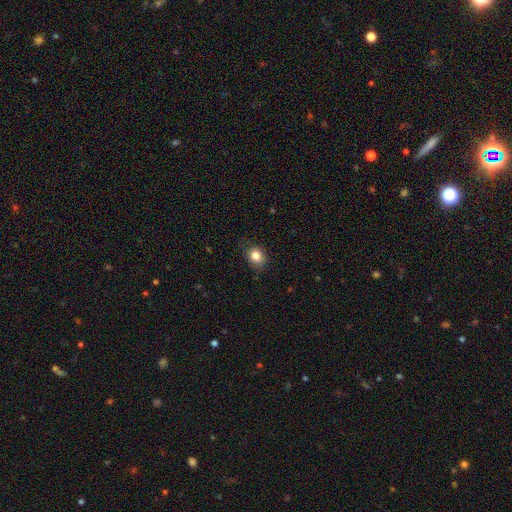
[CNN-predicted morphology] The model was most divided on "how rounded": round: 64%, in between: 35%, cigar-shaped: 1%. More confident: smooth or featured — smooth (83%); merging — none (78%).